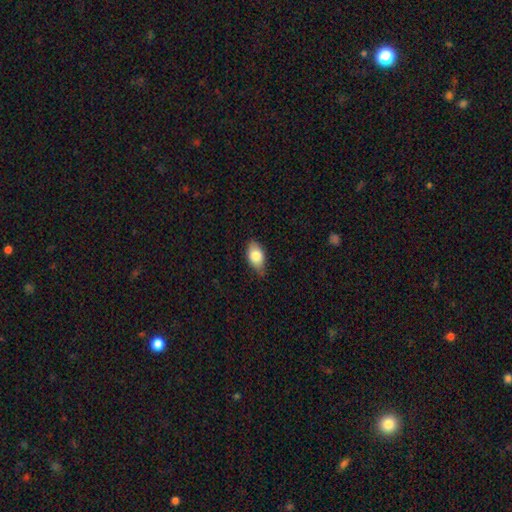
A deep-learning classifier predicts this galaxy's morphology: A smooth galaxy with no disk features (80%) that is in between round and cigar-shaped (89%). Merging: none (68%).